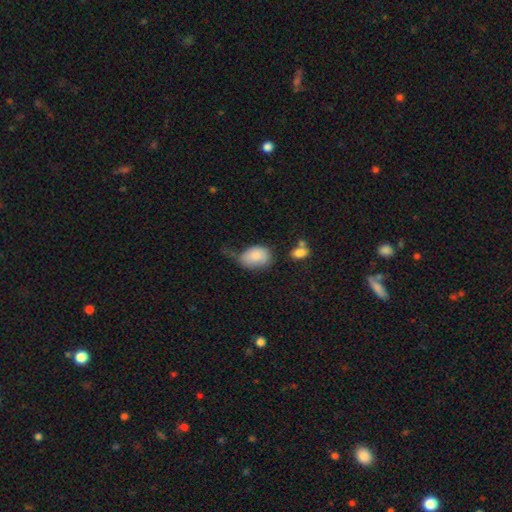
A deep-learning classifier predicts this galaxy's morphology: Smooth or featured?
  - smooth: 82% *
  - featured or disk: 11%
  - star or artifact: 7%
How rounded?
  - in between: 80% *
  - round: 19%
  - cigar-shaped: 1%
Merging?
  - minor disturbance: 36% *
  - none: 29%
  - major disturbance: 27%
  - merger: 8%